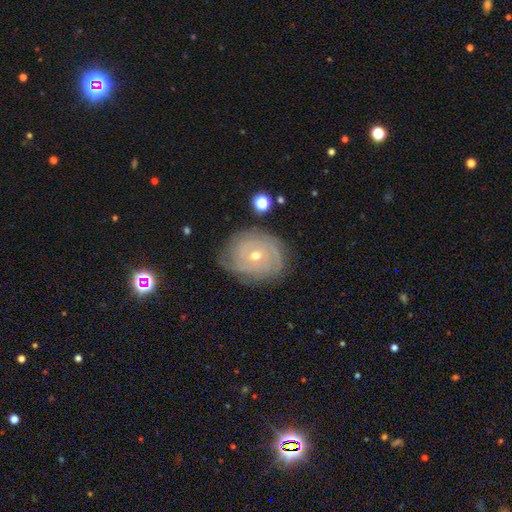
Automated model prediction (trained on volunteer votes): smooth_or_featured: featured or disk (p=0.80) [alt: smooth p=0.12]
disk_edge_on: no (p=0.97) [alt: yes p=0.03]
bar: no (p=0.77) [alt: weak p=0.19]
has_spiral_arms: yes (p=0.93) [alt: no p=0.07]
spiral_winding: tight (p=0.80) [alt: medium p=0.16]
spiral_arm_count: can't tell (p=0.36) [alt: 3 p=0.23]
bulge_size: small (p=0.53) [alt: moderate p=0.45]
merging: none (p=0.76) [alt: minor disturbance p=0.17]